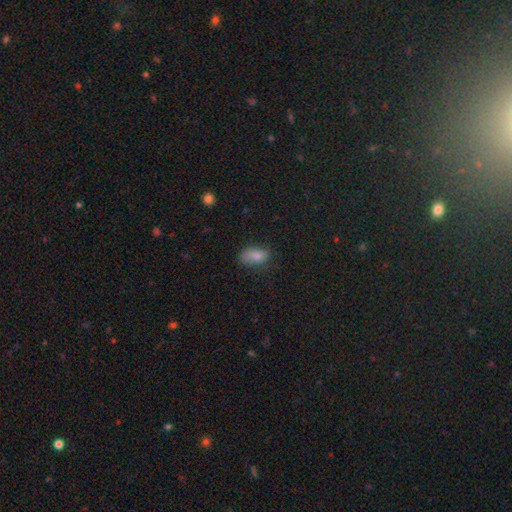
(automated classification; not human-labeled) Smooth or featured: smooth — 82% (star or artifact — 10%)
How rounded: in between — 90% (round — 6%)
Merging: none — 61% (minor disturbance — 28%)